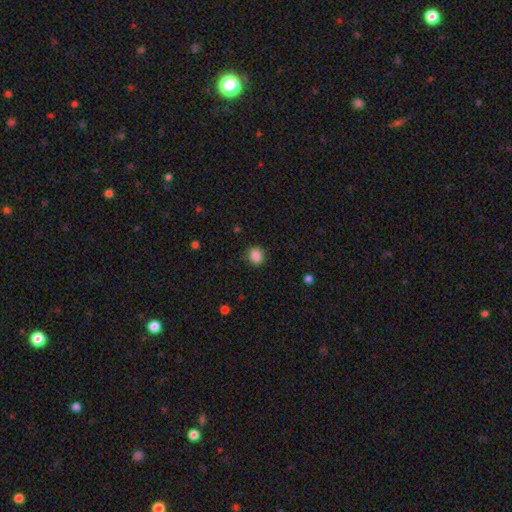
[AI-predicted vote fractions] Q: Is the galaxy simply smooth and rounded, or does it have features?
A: smooth — 86%.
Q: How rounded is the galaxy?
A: round — 75%.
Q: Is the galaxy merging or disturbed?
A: none — 88%.